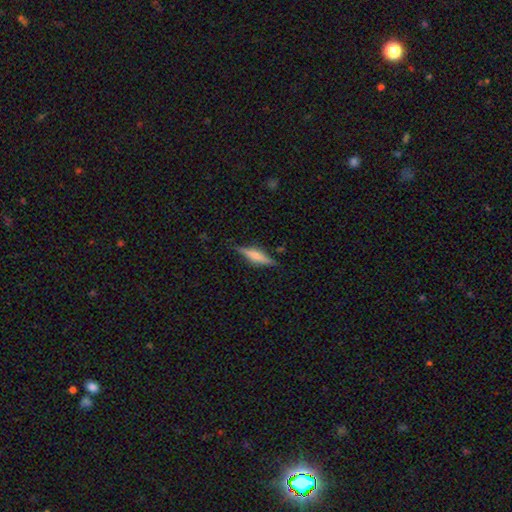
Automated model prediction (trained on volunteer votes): Smooth or featured?
  - featured or disk: 55% *
  - smooth: 37%
  - star or artifact: 8%
Edge-on disk?
  - yes: 96% *
  - no: 4%
Edge-on bulge?
  - rounded: 59% *
  - boxy: 26%
  - none: 15%
Merging?
  - none: 83% *
  - minor disturbance: 12%
  - major disturbance: 3%
  - merger: 2%